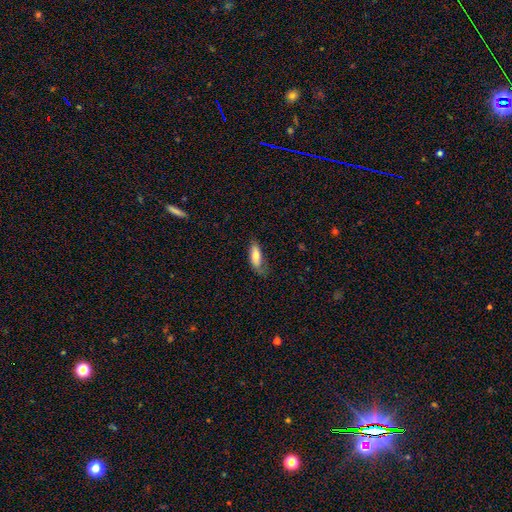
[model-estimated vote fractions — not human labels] Smooth or featured: smooth — 74% (featured or disk — 20%)
How rounded: in between — 69% (cigar-shaped — 29%)
Merging: none — 60% (minor disturbance — 29%)